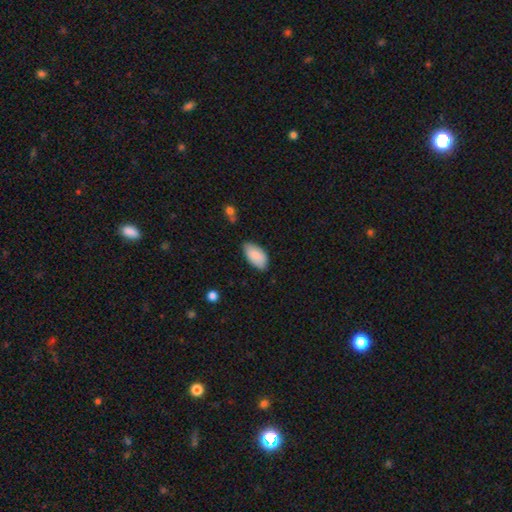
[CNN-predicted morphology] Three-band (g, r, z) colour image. It shows a smooth galaxy with no disk features (88%) that is in between round and cigar-shaped (95%). Merging: none (71%).